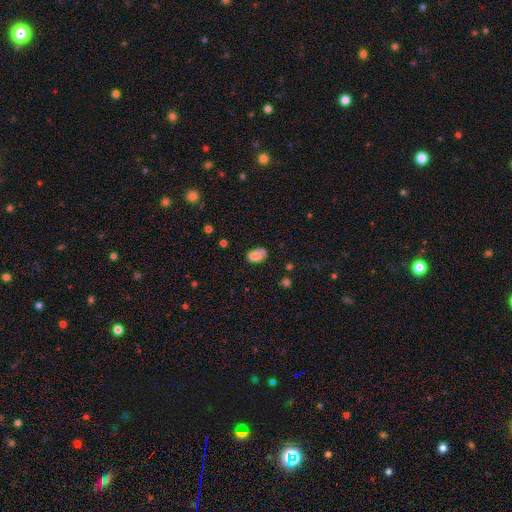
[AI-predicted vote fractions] Q: Smooth or featured?
A: smooth (68%); runner-up: featured or disk (20%)
Q: How rounded?
A: in between (83%); runner-up: round (16%)
Q: Merging?
A: none (43%); runner-up: minor disturbance (26%)